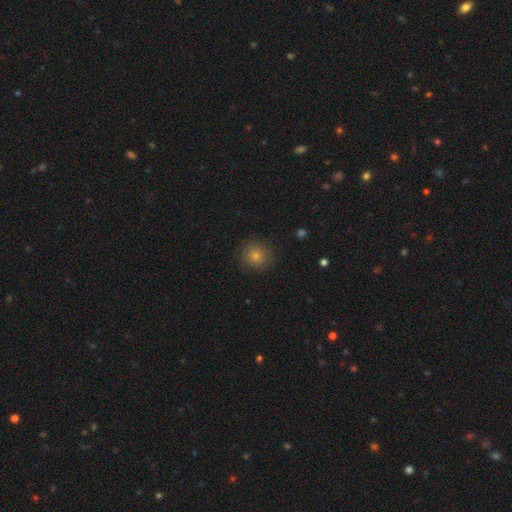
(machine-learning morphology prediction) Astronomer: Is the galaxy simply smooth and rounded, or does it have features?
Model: smooth — 81%.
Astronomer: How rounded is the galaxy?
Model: round — 90%.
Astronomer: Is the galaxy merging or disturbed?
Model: none — 85%.